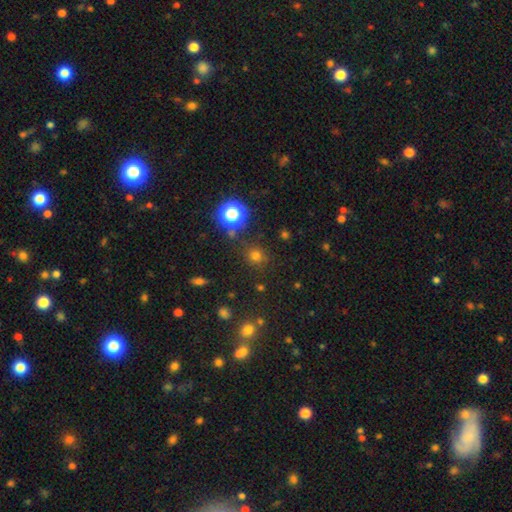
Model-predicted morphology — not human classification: This appears to be a smooth galaxy with no disk features (68%) that is round (87%). Merging: none (82%).